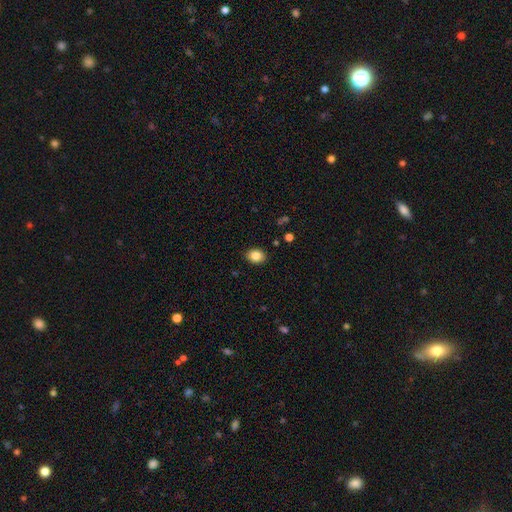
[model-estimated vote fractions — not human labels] Q: Smooth or featured?
A: smooth (84%); runner-up: star or artifact (9%)
Q: How rounded?
A: in between (62%); runner-up: round (37%)
Q: Merging?
A: none (89%); runner-up: minor disturbance (8%)